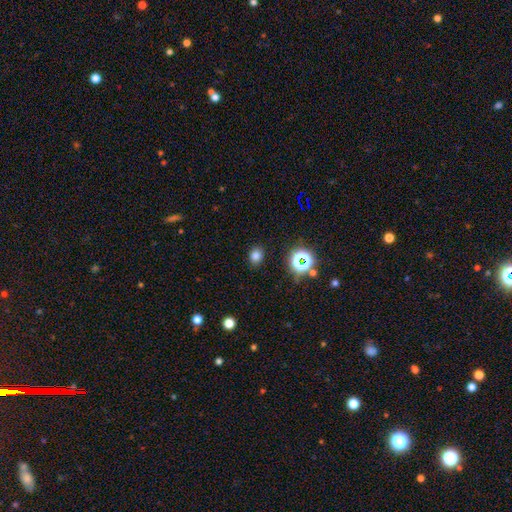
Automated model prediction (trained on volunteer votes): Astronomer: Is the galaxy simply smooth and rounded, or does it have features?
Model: smooth — 76%.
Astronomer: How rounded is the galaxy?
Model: round — 62% (runner-up: in between, 37%).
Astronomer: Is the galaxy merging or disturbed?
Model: none — 87%.